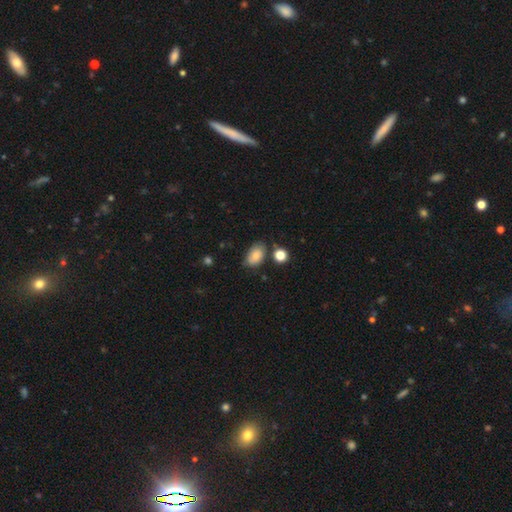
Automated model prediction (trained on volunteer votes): Smooth or featured? Predicted: smooth (p=0.80). How rounded? Predicted: in between (p=0.89). Merging? Predicted: none (p=0.62).